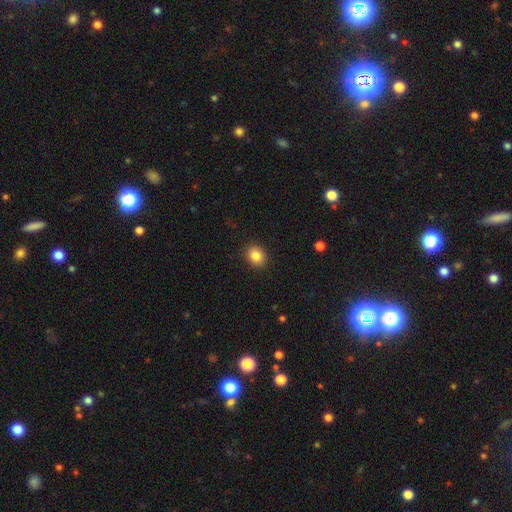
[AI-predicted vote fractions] This appears to be a smooth galaxy with no disk features (85%) that is round (57%). Merging: none (90%).